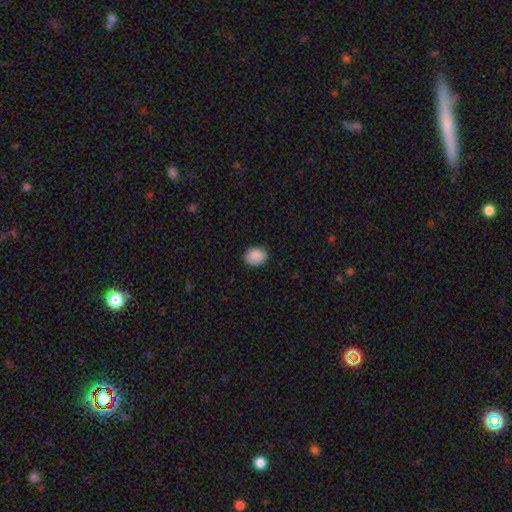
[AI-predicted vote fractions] Smooth or featured? Predicted: smooth (p=0.89). How rounded? Predicted: in between (p=0.62). Merging? Predicted: none (p=0.83).